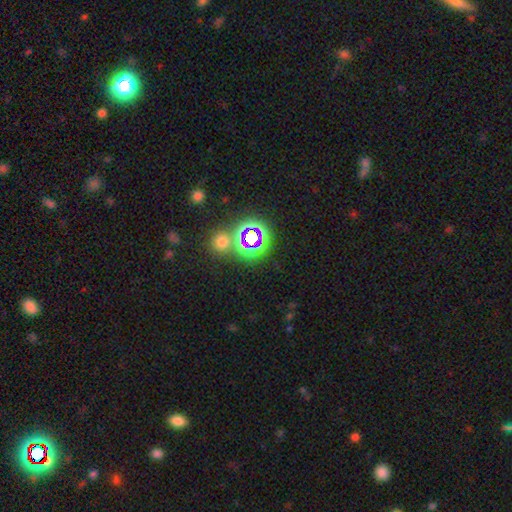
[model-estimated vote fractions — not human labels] Smooth or featured? star or artifact (60%)